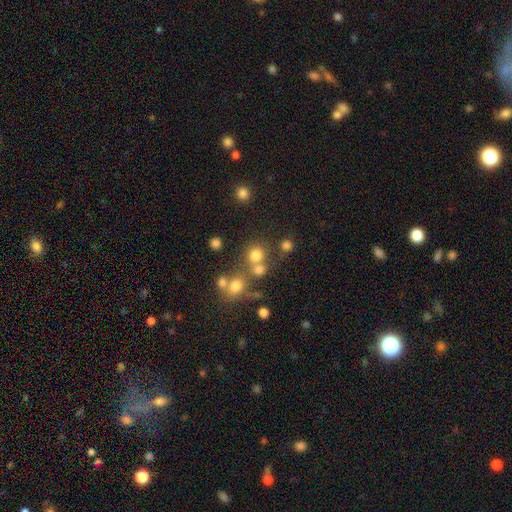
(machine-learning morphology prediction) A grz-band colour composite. It shows a smooth galaxy with no disk features (75%) that is round (88%). Merging: none (58%).